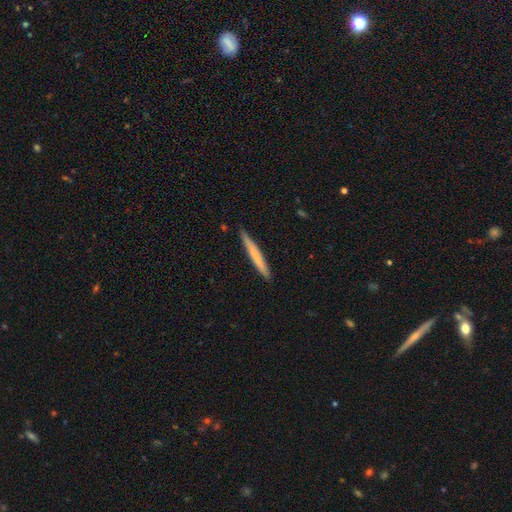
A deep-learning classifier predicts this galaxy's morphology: Smooth or featured? Predicted: smooth (p=0.65). How rounded? Predicted: cigar-shaped (p=0.97). Merging? Predicted: none (p=0.90).